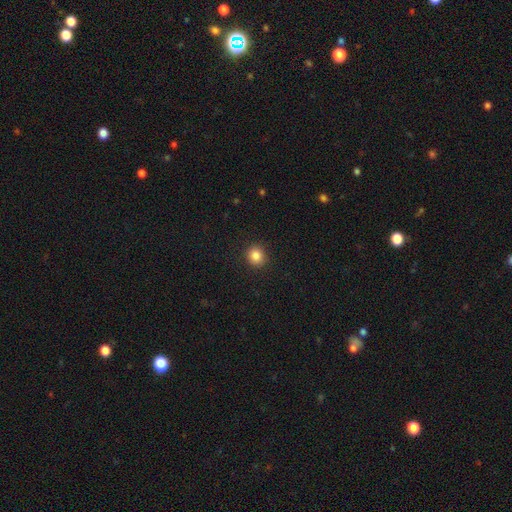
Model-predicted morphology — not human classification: A smooth galaxy with no disk features (86%) that is round (85%).

Vote fractions:
- Smooth or featured? smooth: 86% / star or artifact: 10% / featured or disk: 4%
- How rounded? round: 85% / in between: 14% / cigar-shaped: 1%
- Merging? none: 90% / minor disturbance: 7% / major disturbance: 2% / merger: 1%